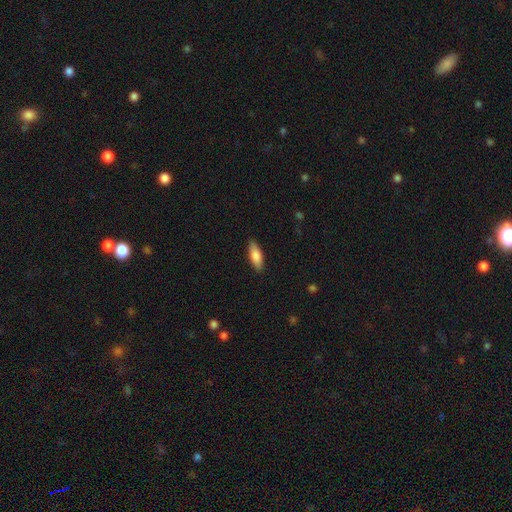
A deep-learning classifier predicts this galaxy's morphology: This is clearly a smooth galaxy (82%). How rounded: likely in between (63%). Merging: clearly none (87%).